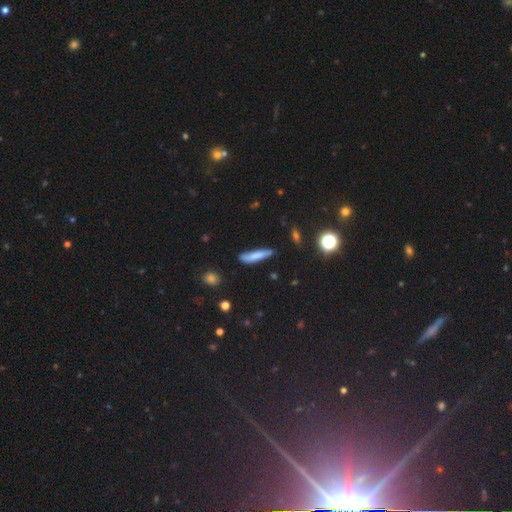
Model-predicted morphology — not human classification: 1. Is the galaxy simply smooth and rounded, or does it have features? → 72% smooth, 20% featured or disk, 8% star or artifact.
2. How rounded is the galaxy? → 85% cigar-shaped, 13% in between, 2% round.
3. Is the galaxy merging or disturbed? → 70% none, 22% minor disturbance, 5% major disturbance, 3% merger.